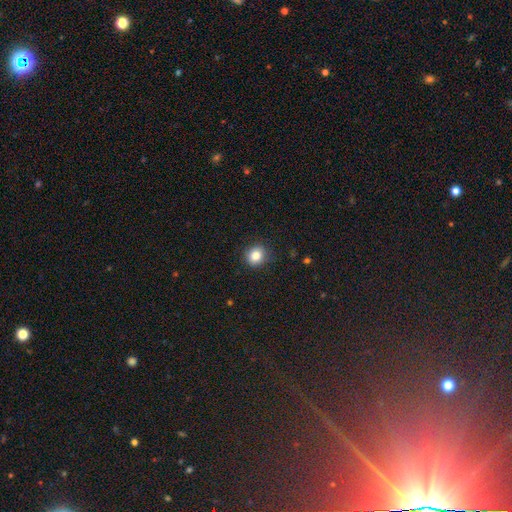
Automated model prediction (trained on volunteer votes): Smooth or featured? smooth (84%)
How rounded? round (84%)
Merging? none (87%)